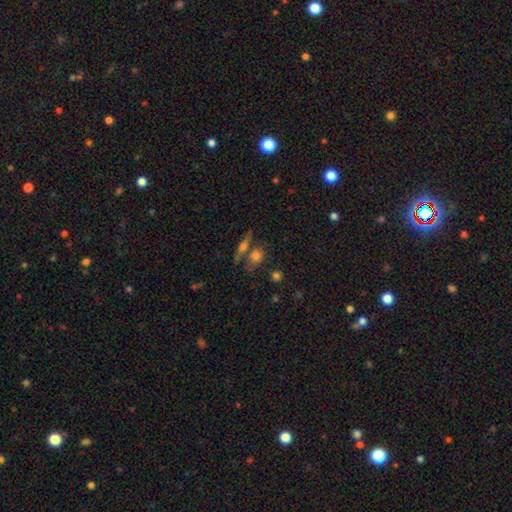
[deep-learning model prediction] A smooth galaxy with no disk features (70%) that is round (60%).

Vote fractions:
- Smooth or featured? smooth: 70% / featured or disk: 17% / star or artifact: 13%
- How rounded? round: 60% / in between: 34% / cigar-shaped: 6%
- Merging? none: 54% / merger: 28% / minor disturbance: 12% / major disturbance: 6%